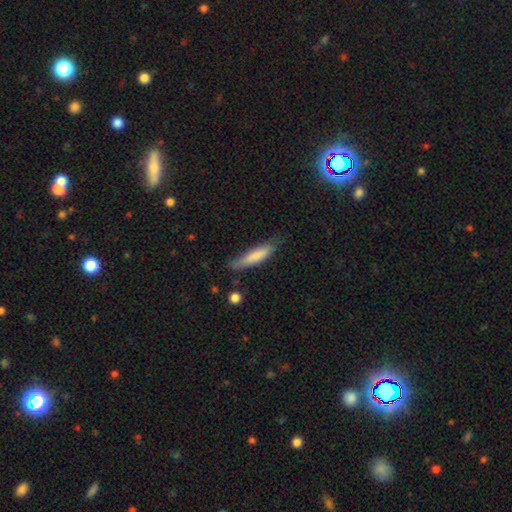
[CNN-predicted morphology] Q: Smooth or featured?
A: smooth (77%); runner-up: featured or disk (17%)
Q: How rounded?
A: cigar-shaped (80%); runner-up: in between (19%)
Q: Merging?
A: none (70%); runner-up: minor disturbance (23%)